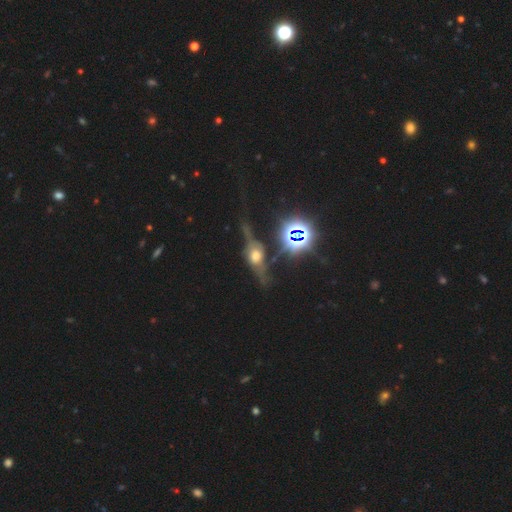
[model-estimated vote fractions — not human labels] This appears to be a featured or disk galaxy (58%) viewed edge-on (75%). Merging: none (49%).